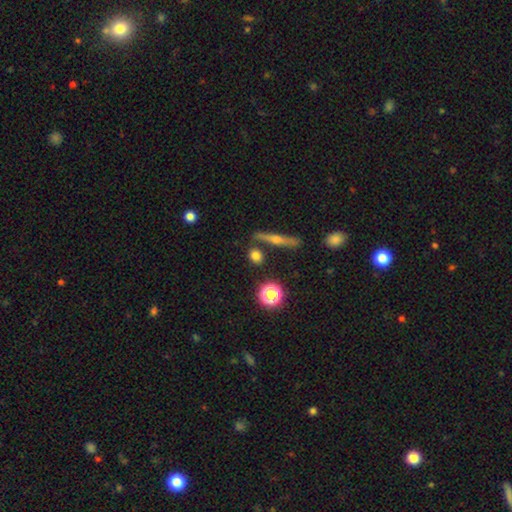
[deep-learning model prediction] A smooth galaxy with no disk features (73%) that is round (64%).

Vote fractions:
- Smooth or featured? smooth: 73% / featured or disk: 14% / star or artifact: 13%
- How rounded? round: 64% / in between: 27% / cigar-shaped: 9%
- Merging? none: 79% / minor disturbance: 10% / merger: 8% / major disturbance: 3%